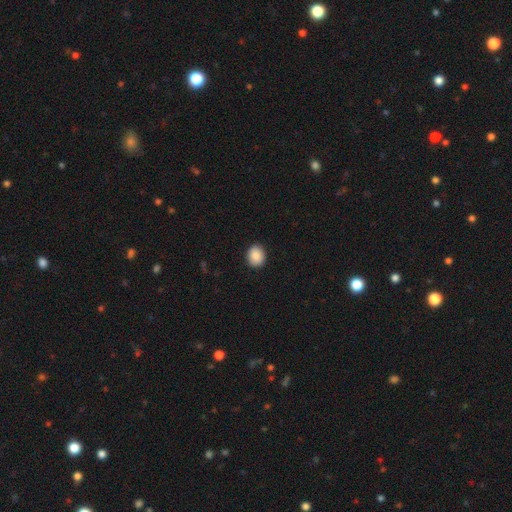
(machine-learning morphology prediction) This is clearly a smooth galaxy (90%). How rounded: possibly round (60%). Merging: clearly none (91%).